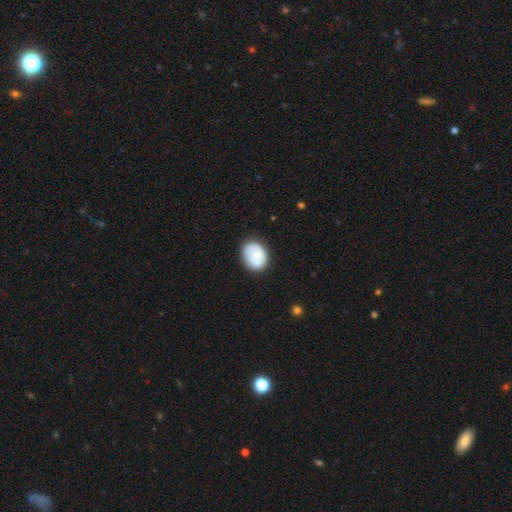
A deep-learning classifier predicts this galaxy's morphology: Overall: smooth (65%; featured or disk 28%). How rounded: in between (51%; round 48%). Merging: none (69%).